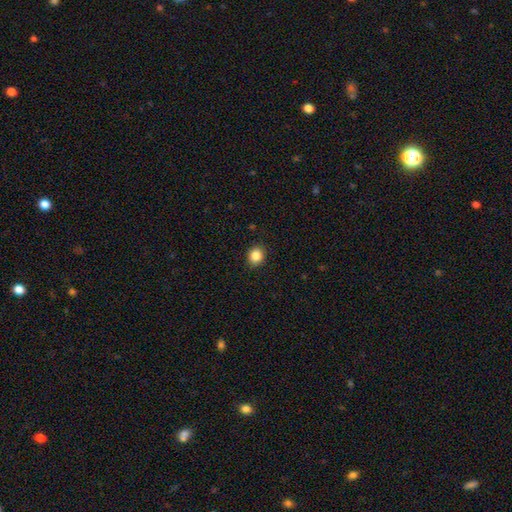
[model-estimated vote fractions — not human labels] Smooth or featured: smooth — 85% (star or artifact — 10%)
How rounded: round — 73% (in between — 26%)
Merging: none — 89% (minor disturbance — 8%)